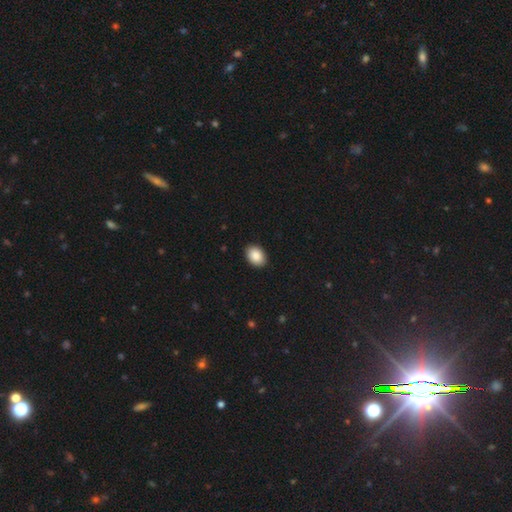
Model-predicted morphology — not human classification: This appears to be a smooth galaxy with no disk features (89%) that is in between round and cigar-shaped (77%). Merging: none (91%).